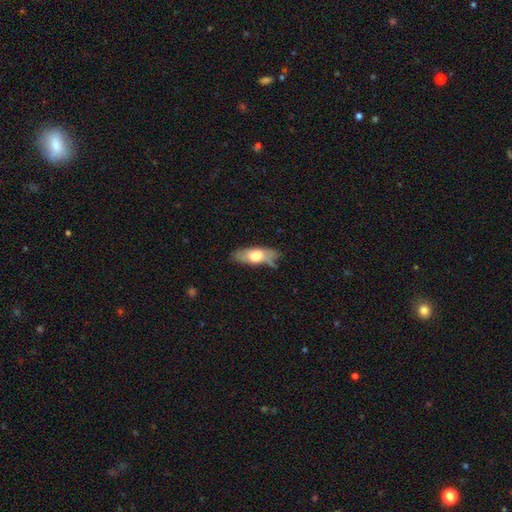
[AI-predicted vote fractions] This is possibly a smooth galaxy (59%). How rounded: likely in between (71%). Merging: likely none (62%).